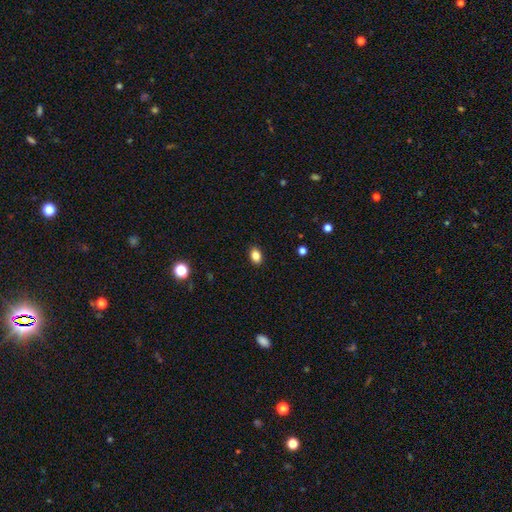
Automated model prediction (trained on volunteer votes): A smooth galaxy with no disk features (84%) that is in between round and cigar-shaped (77%).

Vote fractions:
- Smooth or featured? smooth: 84% / star or artifact: 10% / featured or disk: 6%
- How rounded? in between: 77% / round: 21% / cigar-shaped: 1%
- Merging? none: 90% / minor disturbance: 8% / major disturbance: 2% / merger: 1%